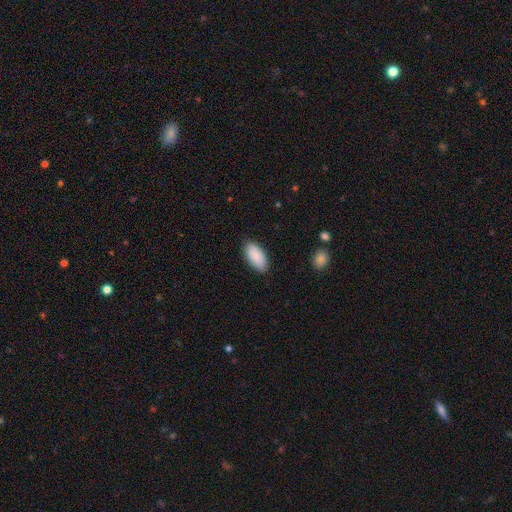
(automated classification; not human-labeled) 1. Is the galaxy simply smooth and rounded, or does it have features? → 87% smooth, 7% featured or disk, 6% star or artifact.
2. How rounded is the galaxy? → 93% in between, 5% cigar-shaped, 2% round.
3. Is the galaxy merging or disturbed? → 87% none, 10% minor disturbance, 2% major disturbance, 1% merger.